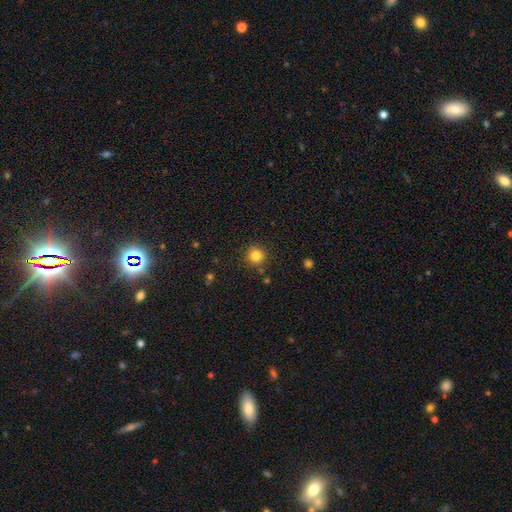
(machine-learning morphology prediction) smooth 81%, star or artifact 12%, featured or disk 6%. Down the decision tree: how rounded — round (93%); merging — none (86%).